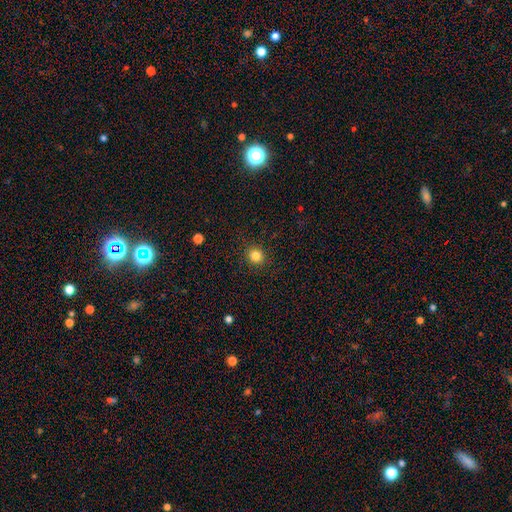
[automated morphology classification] smooth_or_featured: smooth (p=0.83) [alt: star or artifact p=0.12]
how_rounded: round (p=0.85) [alt: in between p=0.14]
merging: none (p=0.89) [alt: minor disturbance p=0.07]